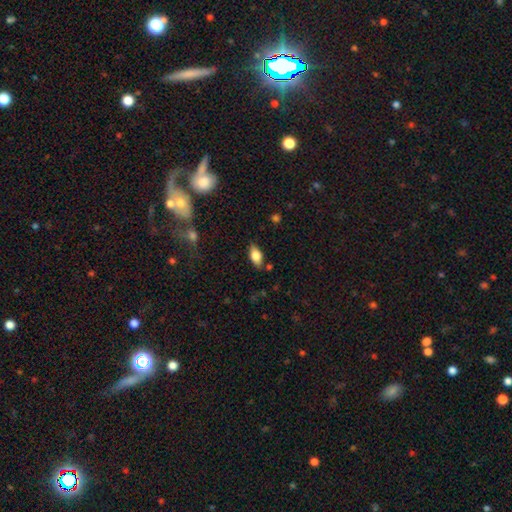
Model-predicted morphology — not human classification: Smooth or featured: smooth — 78% (featured or disk — 15%)
How rounded: in between — 88% (cigar-shaped — 8%)
Merging: none — 81% (minor disturbance — 13%)